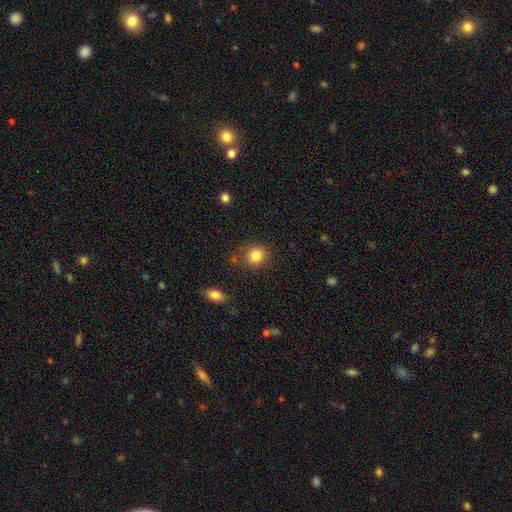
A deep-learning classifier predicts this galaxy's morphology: Overall: smooth (84%). How rounded: round (86%). Merging: none (80%).